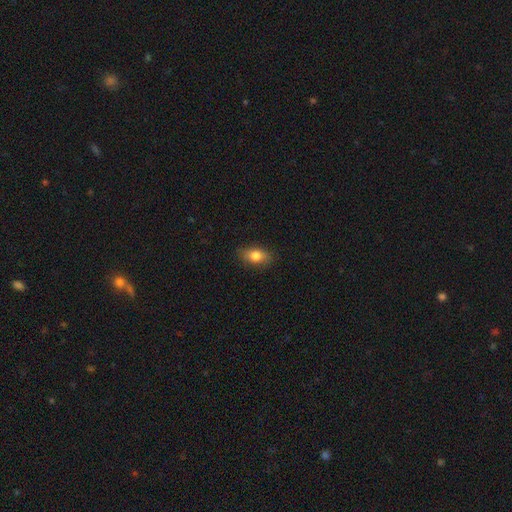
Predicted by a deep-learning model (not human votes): This is likely a smooth galaxy (79%). How rounded: clearly in between (84%). Merging: clearly none (84%).